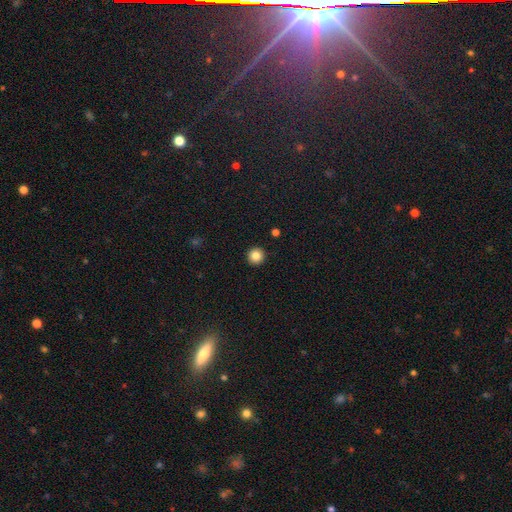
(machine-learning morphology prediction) A smooth galaxy with no disk features (84%) that is round (96%). Merging: none (93%).